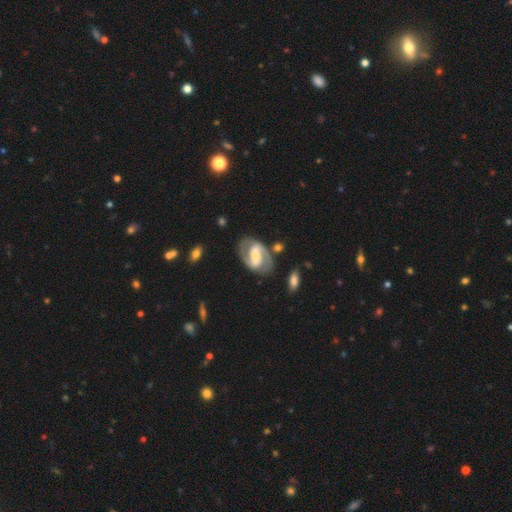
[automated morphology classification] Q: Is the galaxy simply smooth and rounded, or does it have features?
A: featured or disk — 83%.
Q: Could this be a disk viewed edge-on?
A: no — 97%.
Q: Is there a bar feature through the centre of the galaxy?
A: strong — 51%.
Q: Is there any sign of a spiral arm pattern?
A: yes — 92%.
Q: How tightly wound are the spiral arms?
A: medium — 53%.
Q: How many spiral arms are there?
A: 2 — 90%.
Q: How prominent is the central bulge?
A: moderate — 44%.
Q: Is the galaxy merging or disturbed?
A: none — 76%.